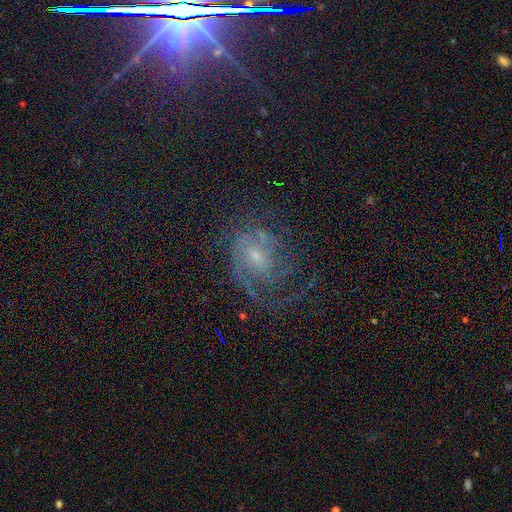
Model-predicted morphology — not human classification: Q: Smooth or featured?
A: featured or disk (68%); runner-up: star or artifact (18%)
Q: Edge-on disk?
A: no (97%); runner-up: yes (3%)
Q: Bar?
A: weak (45%); tied with: no (45%)
Q: Spiral arms?
A: yes (90%); runner-up: no (10%)
Q: Spiral winding?
A: medium (43%); runner-up: tight (39%)
Q: Spiral arm count?
A: can't tell (32%); runner-up: 2 (30%)
Q: Bulge size?
A: small (57%); runner-up: moderate (34%)
Q: Merging?
A: none (58%); runner-up: major disturbance (21%)